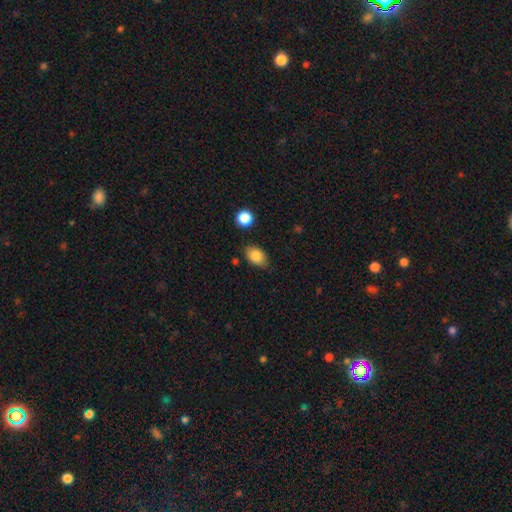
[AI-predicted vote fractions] Smooth or featured? smooth (84%)
How rounded? in between (82%)
Merging? none (75%)